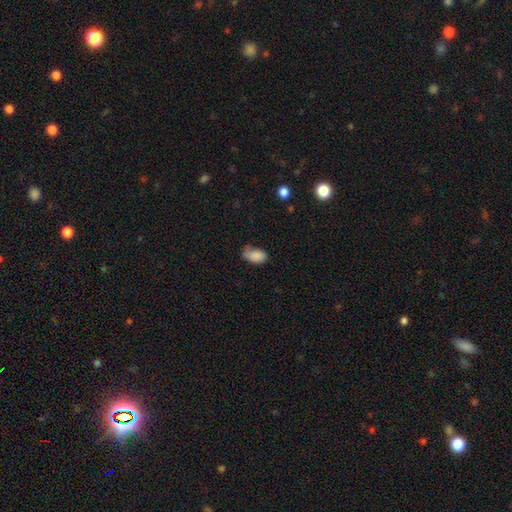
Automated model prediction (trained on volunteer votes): Smooth or featured?
  - smooth: 83% *
  - featured or disk: 9%
  - star or artifact: 8%
How rounded?
  - in between: 92% *
  - round: 7%
  - cigar-shaped: 2%
Merging?
  - none: 46% *
  - minor disturbance: 35%
  - major disturbance: 15%
  - merger: 4%